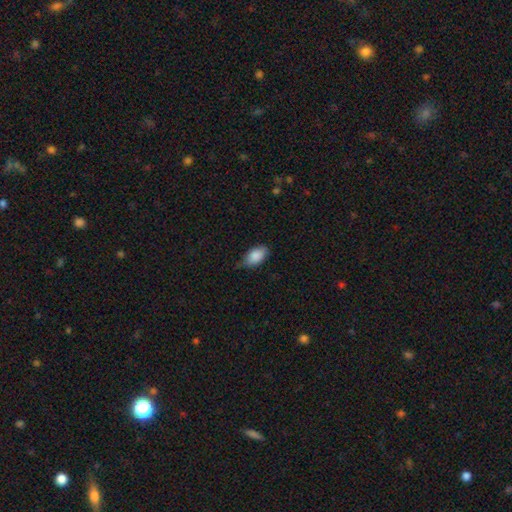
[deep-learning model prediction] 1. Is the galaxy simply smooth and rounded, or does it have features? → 88% smooth, 6% star or artifact, 6% featured or disk.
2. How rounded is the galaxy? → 92% in between, 4% round, 3% cigar-shaped.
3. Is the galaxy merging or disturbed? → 68% none, 27% minor disturbance, 4% major disturbance, 1% merger.